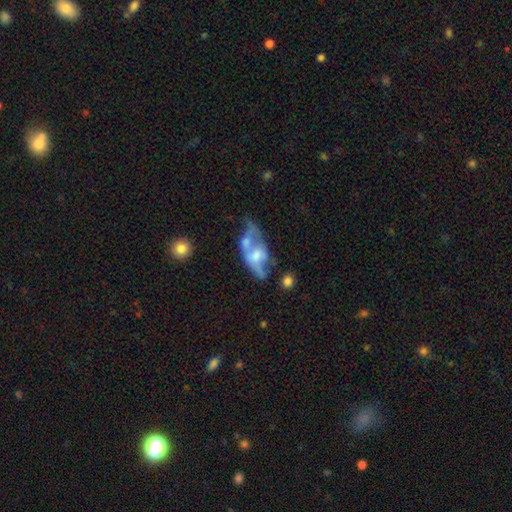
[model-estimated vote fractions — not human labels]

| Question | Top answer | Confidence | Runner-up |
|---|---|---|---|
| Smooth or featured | featured or disk | 59% | smooth (32%) |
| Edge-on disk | no | 84% | yes (16%) |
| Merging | merger | 43% | major disturbance (25%) |